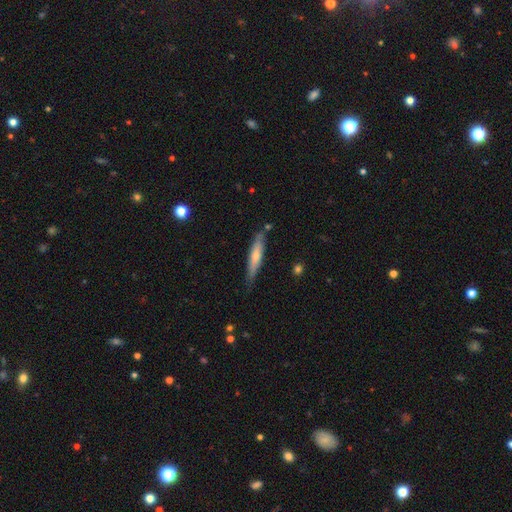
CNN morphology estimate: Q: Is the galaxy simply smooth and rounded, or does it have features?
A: smooth — 56%.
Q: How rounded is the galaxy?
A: cigar-shaped — 86%.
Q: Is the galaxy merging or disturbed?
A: none — 74%.